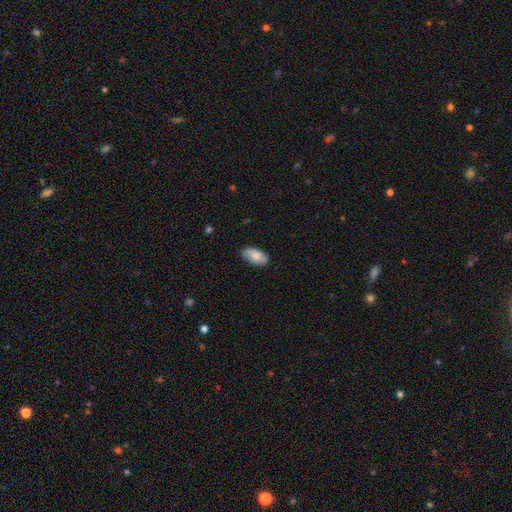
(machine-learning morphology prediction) Smooth or featured? smooth (82%)
How rounded? in between (94%)
Merging? none (82%)